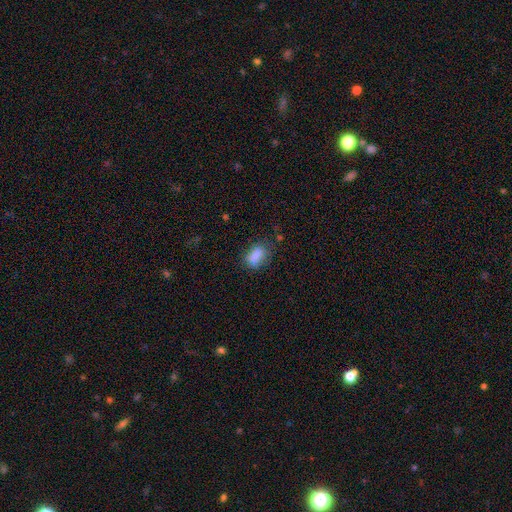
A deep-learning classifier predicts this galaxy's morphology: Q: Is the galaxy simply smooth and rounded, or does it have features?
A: smooth — 83%.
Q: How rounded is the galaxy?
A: in between — 85%.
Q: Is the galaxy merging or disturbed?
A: none — 63%.